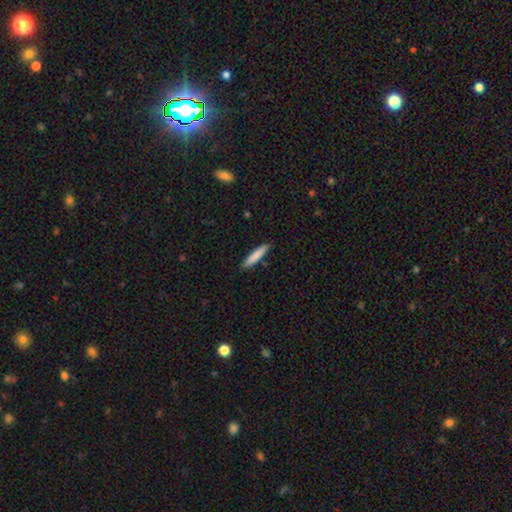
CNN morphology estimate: Smooth or featured?
  - smooth: 82% *
  - featured or disk: 12%
  - star or artifact: 6%
How rounded?
  - cigar-shaped: 88% *
  - in between: 11%
  - round: 1%
Merging?
  - none: 87% *
  - minor disturbance: 9%
  - merger: 2%
  - major disturbance: 2%